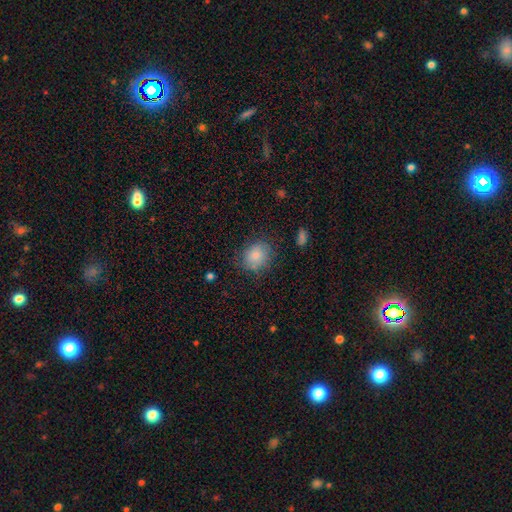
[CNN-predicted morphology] The model was most divided on "how rounded": round: 66%, in between: 33%, cigar-shaped: 1%. More confident: smooth or featured — smooth (83%); merging — none (76%).